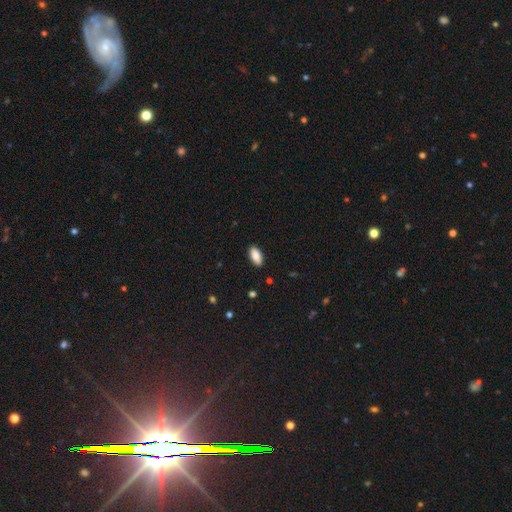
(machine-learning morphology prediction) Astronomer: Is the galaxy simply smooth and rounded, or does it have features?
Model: smooth — 85%.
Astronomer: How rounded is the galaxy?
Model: in between — 90%.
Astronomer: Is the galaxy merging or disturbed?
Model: none — 89%.